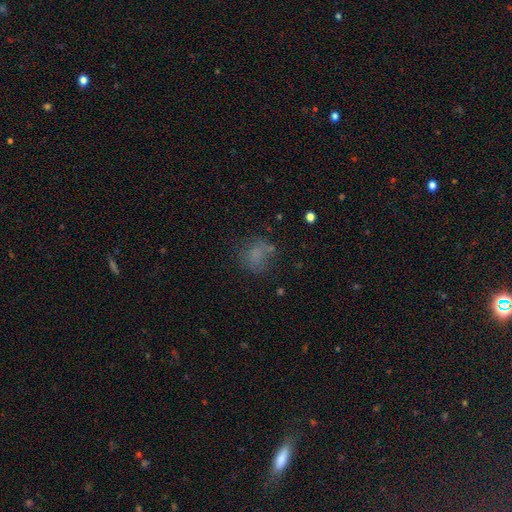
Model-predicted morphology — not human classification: smooth-or-featured: smooth: 62% | star or artifact: 20% | featured or disk: 18%
  how-rounded: round: 57% | in between: 42% | cigar-shaped: 1%
  merging: none: 51% | minor disturbance: 22% | major disturbance: 21% | merger: 5%